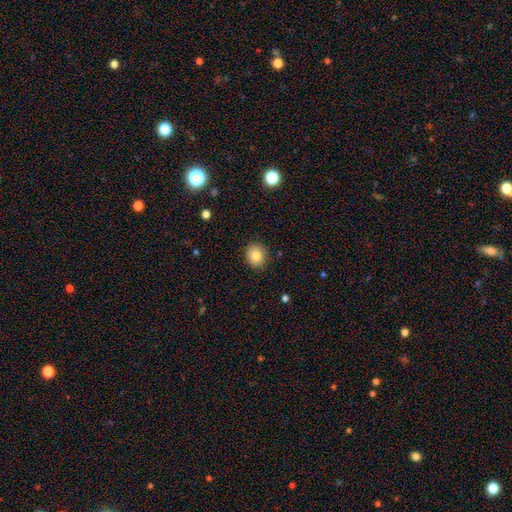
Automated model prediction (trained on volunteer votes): Smooth or featured?
  - smooth: 84% *
  - star or artifact: 9%
  - featured or disk: 7%
How rounded?
  - round: 77% *
  - in between: 22%
  - cigar-shaped: 1%
Merging?
  - none: 87% *
  - minor disturbance: 10%
  - major disturbance: 2%
  - merger: 1%